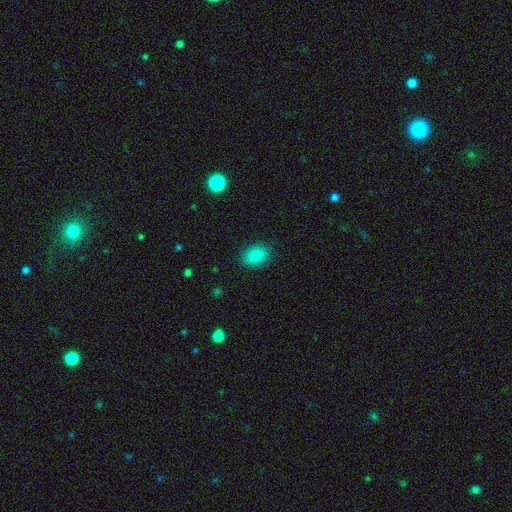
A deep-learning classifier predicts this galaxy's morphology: smooth_or_featured: smooth (p=0.86) [alt: star or artifact p=0.09]
how_rounded: in between (p=0.71) [alt: round p=0.28]
merging: none (p=0.86) [alt: minor disturbance p=0.10]